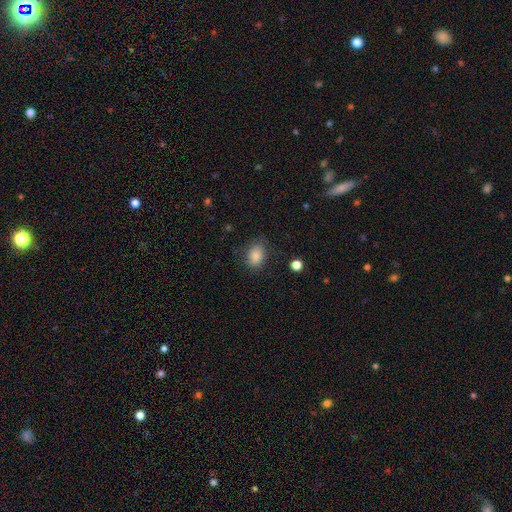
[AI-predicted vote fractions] The model was most divided on "how rounded": in between: 69%, round: 30%, cigar-shaped: 1%. More confident: smooth or featured — smooth (84%); merging — none (74%).